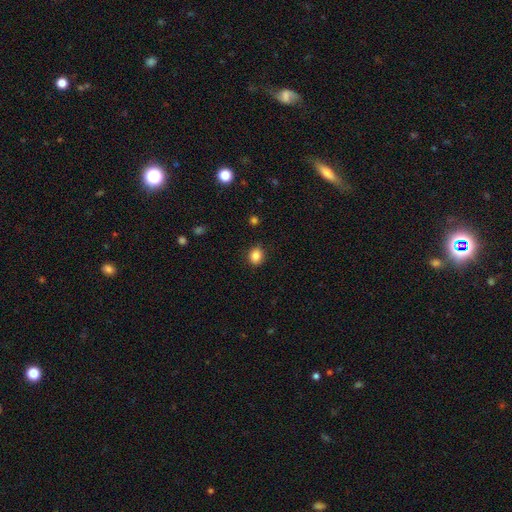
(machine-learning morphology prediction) Smooth or featured? Predicted: smooth (p=0.85). How rounded? Predicted: round (p=0.70). Merging? Predicted: none (p=0.88).